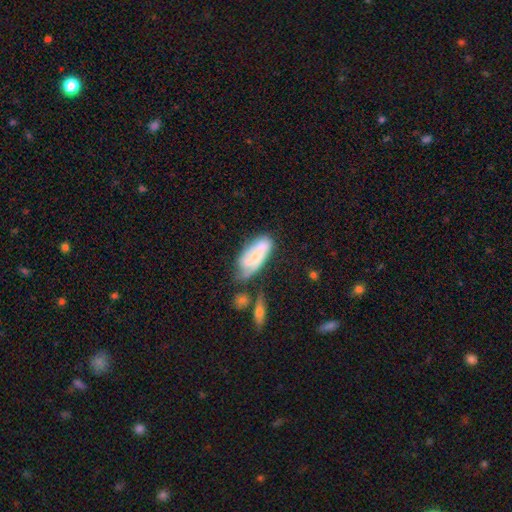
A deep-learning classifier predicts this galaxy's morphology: Smooth or featured? Predicted: featured or disk (p=0.58). Edge-on disk? Predicted: no (p=0.87). Bar? Predicted: weak (p=0.37). Spiral arms? Predicted: yes (p=0.77). Bulge size? Predicted: small (p=0.46). Merging? Predicted: none (p=0.49).